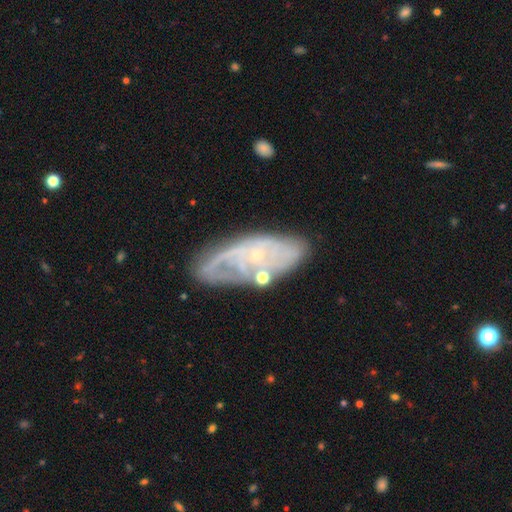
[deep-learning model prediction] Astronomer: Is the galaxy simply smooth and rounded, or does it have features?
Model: featured or disk — 70%.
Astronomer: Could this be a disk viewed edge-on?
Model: no — 90%.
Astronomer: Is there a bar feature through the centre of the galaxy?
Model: no — 75%.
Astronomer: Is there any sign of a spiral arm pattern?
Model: yes — 71%.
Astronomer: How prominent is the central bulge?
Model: small — 80%.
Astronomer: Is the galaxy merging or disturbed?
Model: none — 60%.